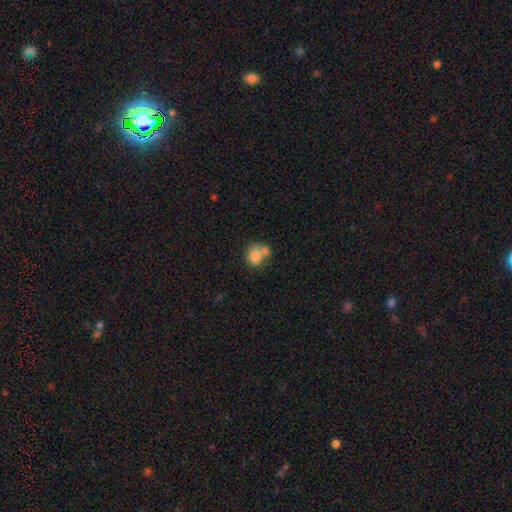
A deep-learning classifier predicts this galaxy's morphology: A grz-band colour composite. It shows a smooth galaxy with no disk features (77%) that is round (60%). Merging: merger (50%).